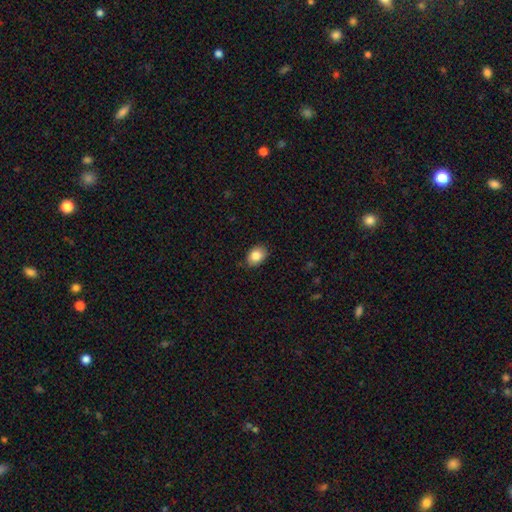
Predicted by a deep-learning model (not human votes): Smooth or featured?
  - smooth: 84% *
  - star or artifact: 9%
  - featured or disk: 7%
How rounded?
  - in between: 70% *
  - round: 29%
  - cigar-shaped: 1%
Merging?
  - none: 83% *
  - minor disturbance: 14%
  - major disturbance: 2%
  - merger: 1%